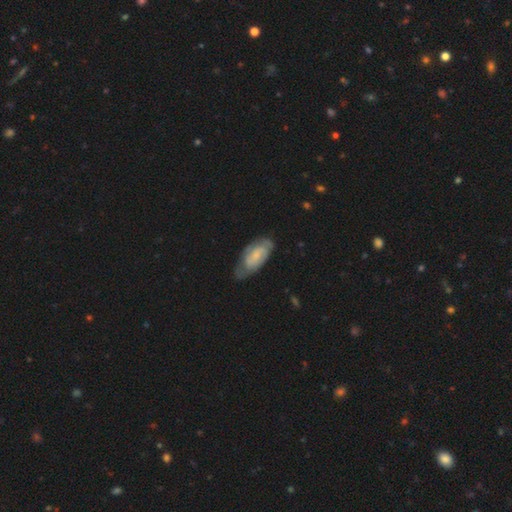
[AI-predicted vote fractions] Overall: featured or disk (60%; smooth 34%). Edge-on disk: no (93%). Bar: no (61%; weak 33%). Spiral arms: yes (85%). Bulge size: small (53%; moderate 25%). Merging: none (59%; minor disturbance 29%).